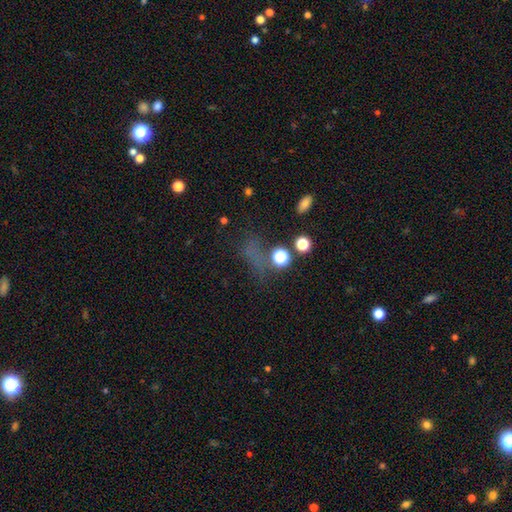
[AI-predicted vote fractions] The model was most divided on "smooth or featured": smooth: 46%, star or artifact: 40%, featured or disk: 14%. More confident: merging — none (54%).